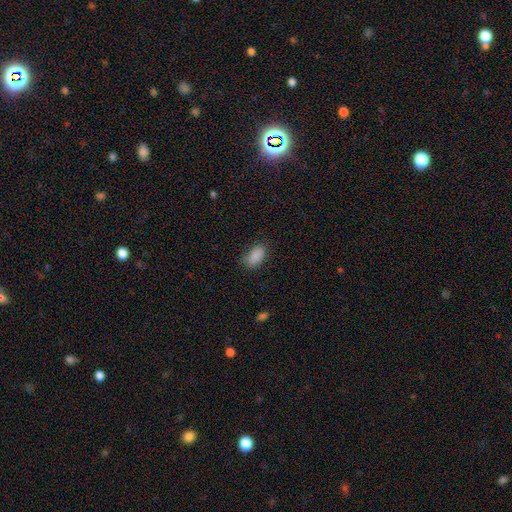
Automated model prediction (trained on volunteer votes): Overall: smooth (88%). How rounded: in between (93%). Merging: none (78%).